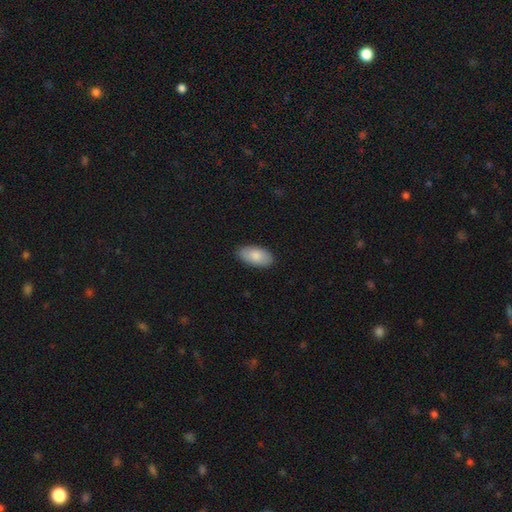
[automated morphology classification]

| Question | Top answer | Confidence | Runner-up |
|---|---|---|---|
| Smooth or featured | smooth | 85% | featured or disk (9%) |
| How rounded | in between | 95% | round (3%) |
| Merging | none | 87% | minor disturbance (10%) |